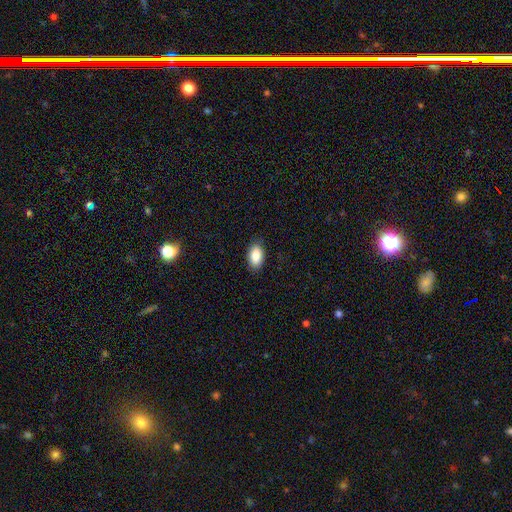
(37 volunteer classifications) Smooth or featured? smooth (92%)
How rounded? in between (94%)
Merging? none (86%)